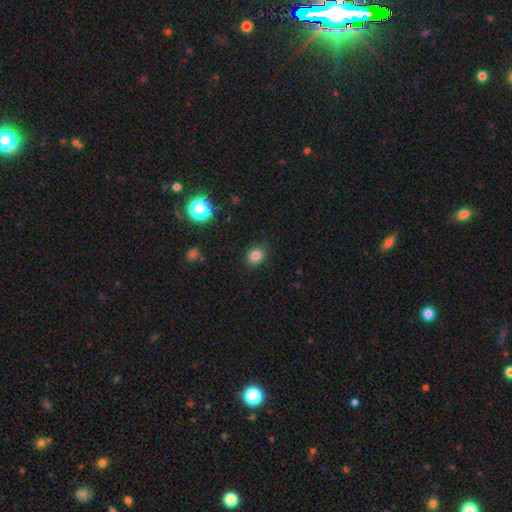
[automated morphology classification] type=smooth (82%); roundness=round (58%); merging=none (85%).